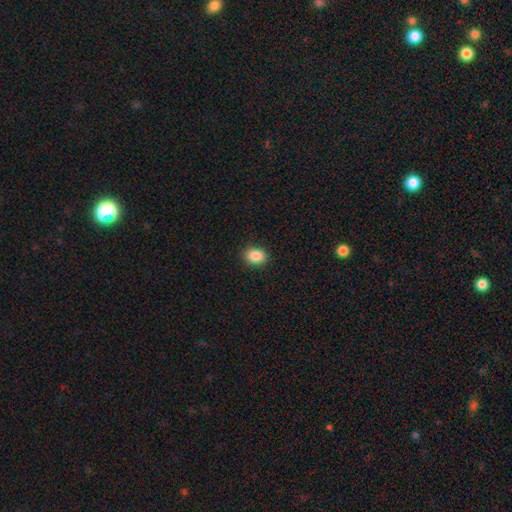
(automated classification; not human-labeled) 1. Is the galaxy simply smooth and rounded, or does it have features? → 86% smooth, 9% star or artifact, 5% featured or disk.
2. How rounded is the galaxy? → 51% in between, 48% round, 1% cigar-shaped.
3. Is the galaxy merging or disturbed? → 90% none, 7% minor disturbance, 2% major disturbance, 1% merger.